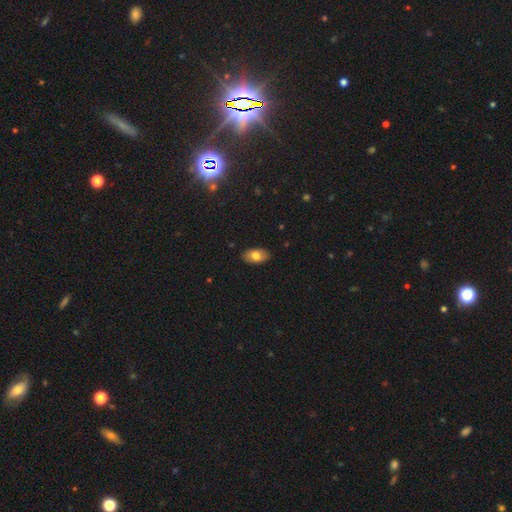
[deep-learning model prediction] Morphology: type=smooth (75%); roundness=in between (94%); merging=none (89%).